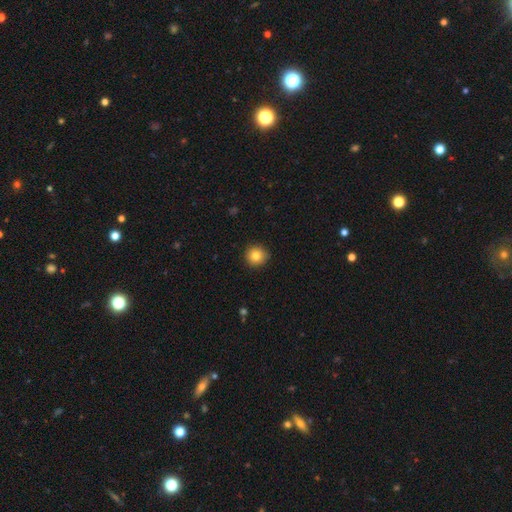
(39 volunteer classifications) A smooth galaxy with no disk features (77%) that is round (83%).

Vote fractions:
- Smooth or featured? smooth: 77% / star or artifact: 13% / featured or disk: 10%
- How rounded? round: 83% / in between: 17% / cigar-shaped: 0%
- Merging? none: 91% / minor disturbance: 9% / major disturbance: 0% / merger: 0%